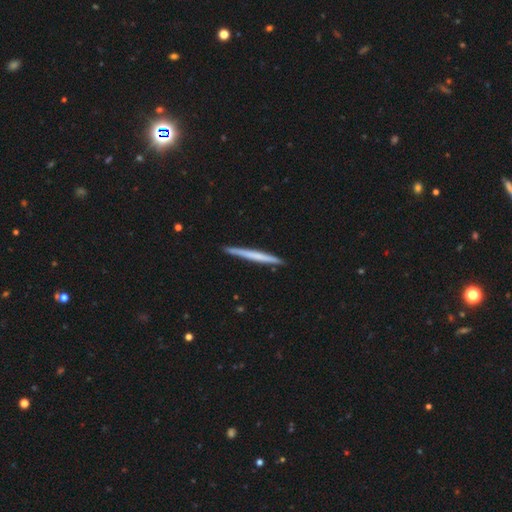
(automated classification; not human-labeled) smooth_or_featured: smooth (p=0.50) [alt: featured or disk p=0.45]
merging: none (p=0.91) [alt: minor disturbance p=0.07]